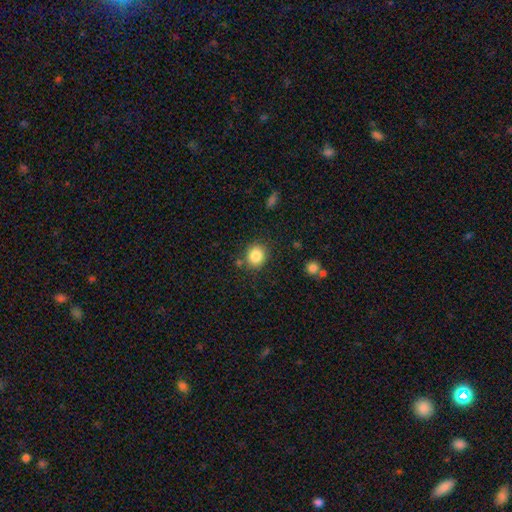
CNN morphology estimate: Q: Smooth or featured?
A: smooth (86%); runner-up: star or artifact (10%)
Q: How rounded?
A: round (80%); runner-up: in between (19%)
Q: Merging?
A: none (83%); runner-up: minor disturbance (10%)